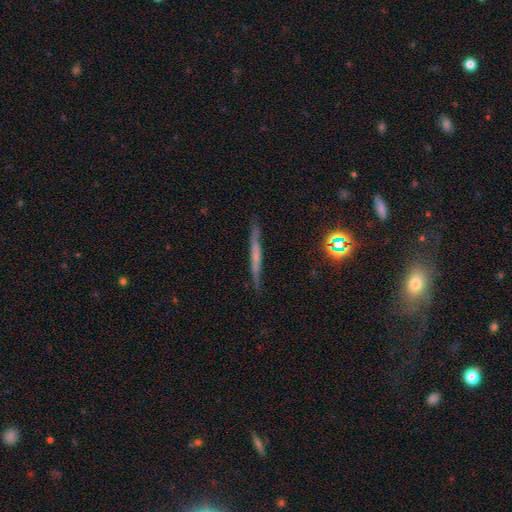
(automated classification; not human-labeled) Smooth or featured: featured or disk — 47% (smooth — 41%)
Merging: none — 86% (minor disturbance — 11%)